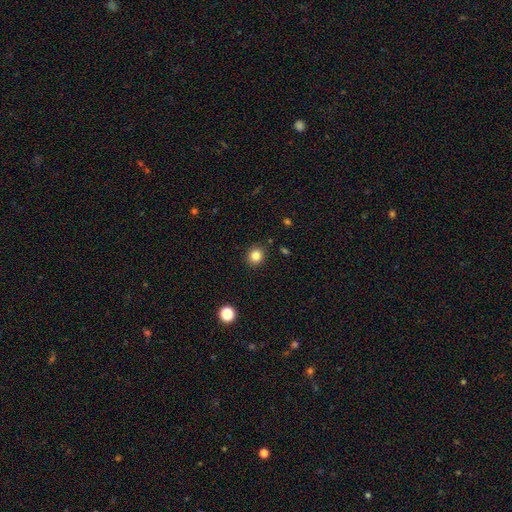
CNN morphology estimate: smooth-or-featured: smooth: 84% | star or artifact: 11% | featured or disk: 5%
  how-rounded: round: 85% | in between: 14% | cigar-shaped: 1%
  merging: none: 89% | minor disturbance: 7% | major disturbance: 2% | merger: 2%